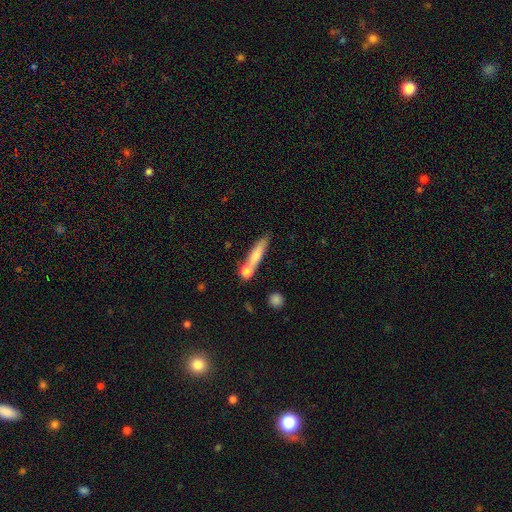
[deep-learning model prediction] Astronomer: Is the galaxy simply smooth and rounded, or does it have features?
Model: smooth — 70%.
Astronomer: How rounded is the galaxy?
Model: cigar-shaped — 80%.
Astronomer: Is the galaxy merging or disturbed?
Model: none — 59%.